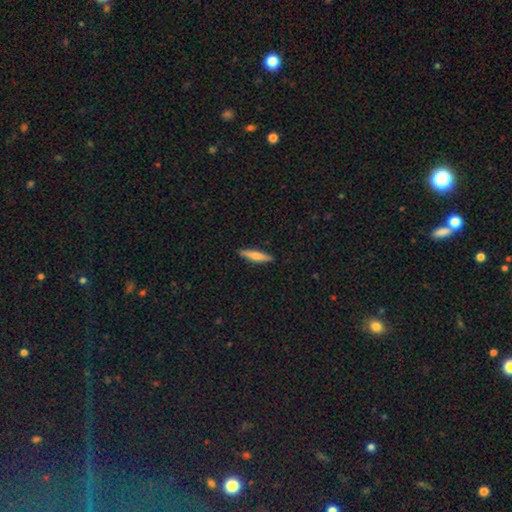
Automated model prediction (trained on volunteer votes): smooth 68%, featured or disk 26%, star or artifact 6%. Down the decision tree: how rounded — cigar-shaped (87%); merging — none (89%).